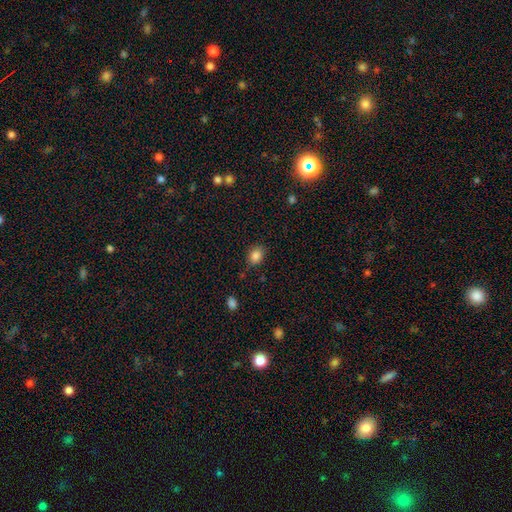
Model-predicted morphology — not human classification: This is clearly a smooth galaxy (85%). How rounded: possibly in between (54%). Merging: clearly none (81%).